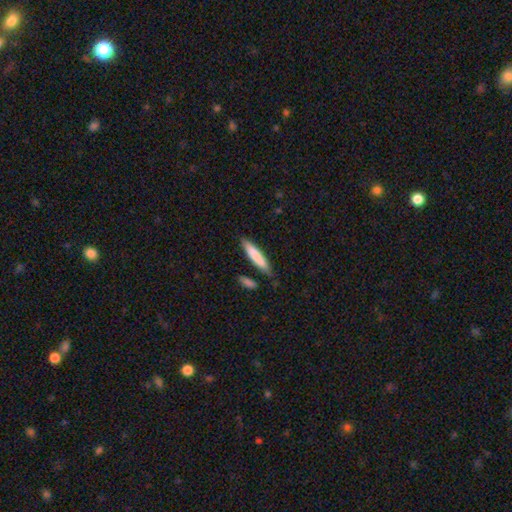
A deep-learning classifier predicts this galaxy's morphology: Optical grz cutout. It shows a smooth galaxy with no disk features (79%) that is cigar-shaped (86%). Merging: none (77%).